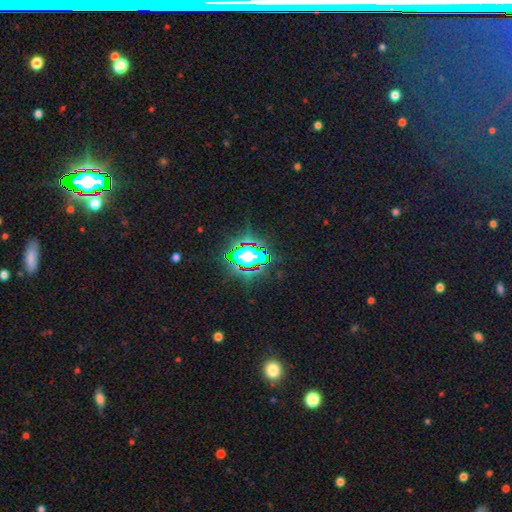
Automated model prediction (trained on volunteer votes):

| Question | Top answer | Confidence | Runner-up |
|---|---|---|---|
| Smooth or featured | star or artifact | 83% | smooth (11%) |